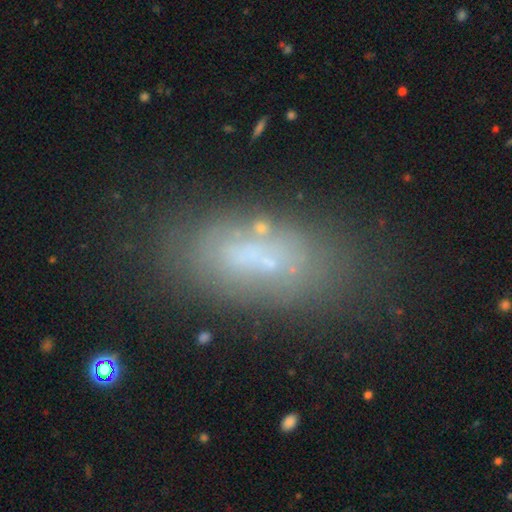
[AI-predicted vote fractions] This appears to be a smooth galaxy with no disk features (50%). Merging: none (65%).